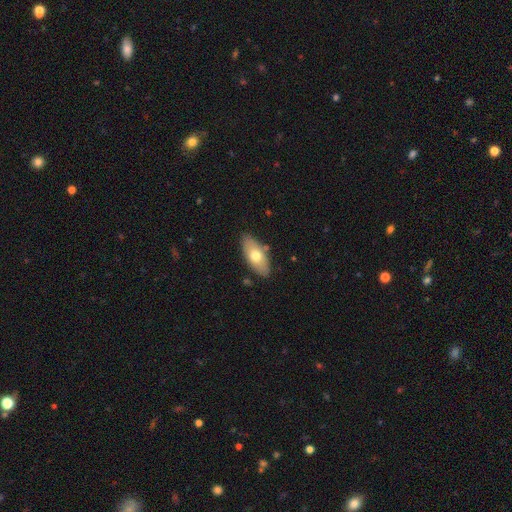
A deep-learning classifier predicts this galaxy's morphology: The model was most divided on "smooth or featured": smooth: 65%, featured or disk: 29%, star or artifact: 6%. More confident: how rounded — in between (87%); merging — none (82%).